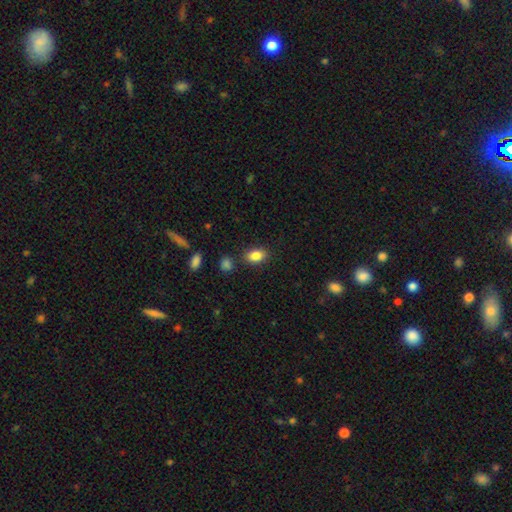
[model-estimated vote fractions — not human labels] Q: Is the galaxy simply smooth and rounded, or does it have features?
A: smooth — 86%.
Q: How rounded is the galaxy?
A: in between — 84%.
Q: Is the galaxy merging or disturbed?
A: none — 83%.